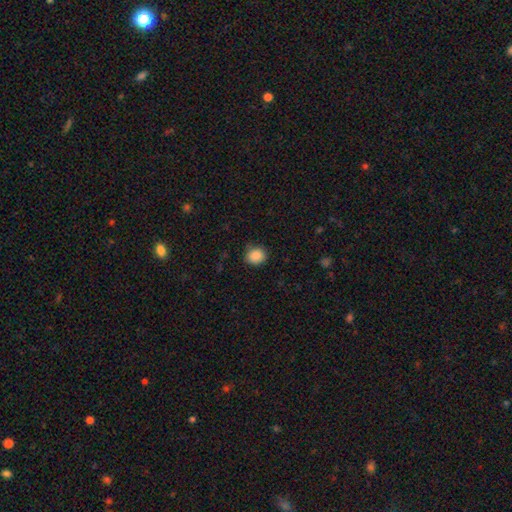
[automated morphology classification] A smooth galaxy with no disk features (88%) that is round (78%).

Vote fractions:
- Smooth or featured? smooth: 88% / star or artifact: 9% / featured or disk: 3%
- How rounded? round: 78% / in between: 21% / cigar-shaped: 1%
- Merging? none: 84% / minor disturbance: 12% / major disturbance: 3% / merger: 1%